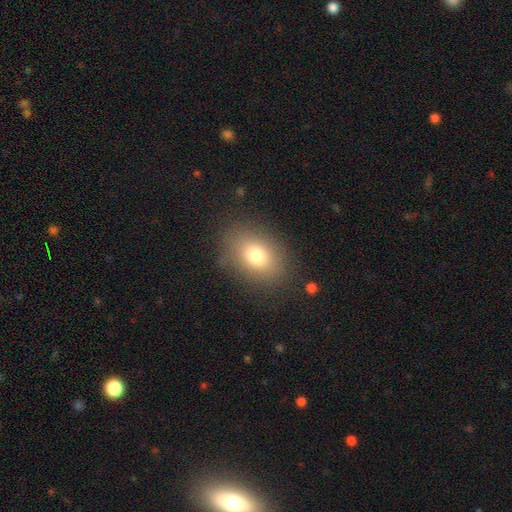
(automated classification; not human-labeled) Morphology: type=smooth (77%); roundness=in between (70%); merging=none (83%).